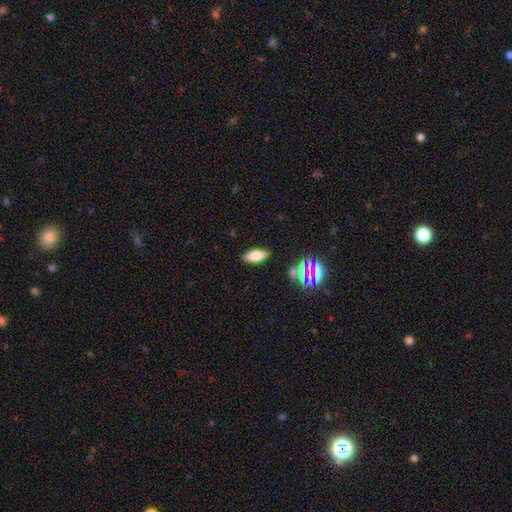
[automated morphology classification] A smooth galaxy with no disk features (60%) that is in between round and cigar-shaped (65%). Merging: none (87%).